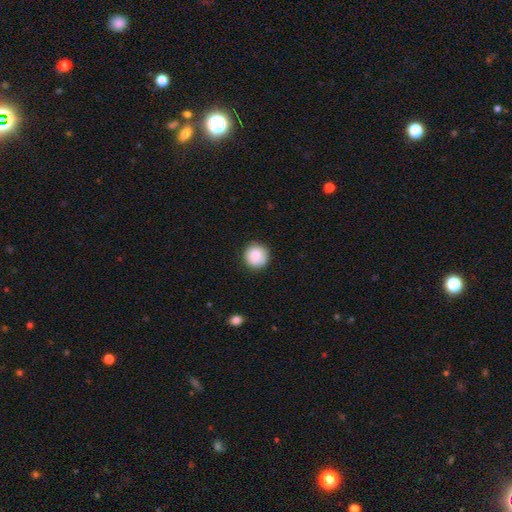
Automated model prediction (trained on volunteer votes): smooth-or-featured: smooth: 88% | star or artifact: 8% | featured or disk: 4%
  how-rounded: round: 93% | in between: 6% | cigar-shaped: 1%
  merging: none: 89% | minor disturbance: 8% | major disturbance: 2% | merger: 1%